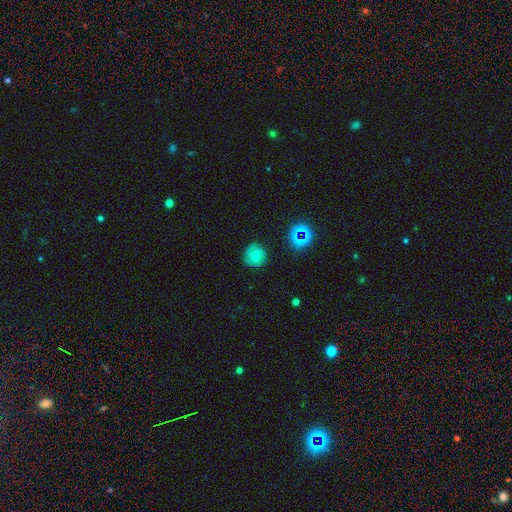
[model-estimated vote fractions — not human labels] Smooth or featured: smooth — 46% (featured or disk — 41%)
Merging: none — 75% (minor disturbance — 18%)